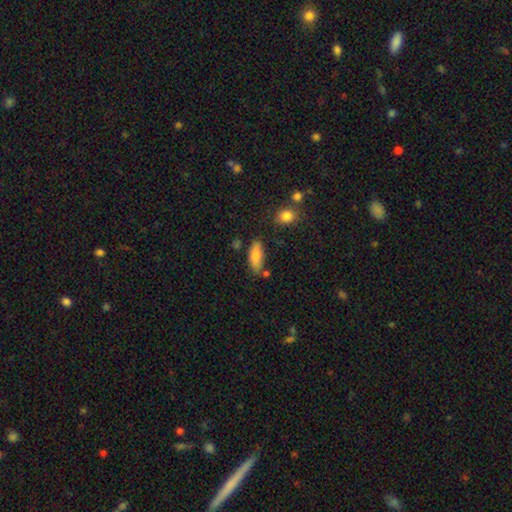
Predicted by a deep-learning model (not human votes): Q: Smooth or featured?
A: smooth (83%); runner-up: featured or disk (9%)
Q: How rounded?
A: in between (74%); runner-up: cigar-shaped (23%)
Q: Merging?
A: none (70%); runner-up: minor disturbance (18%)